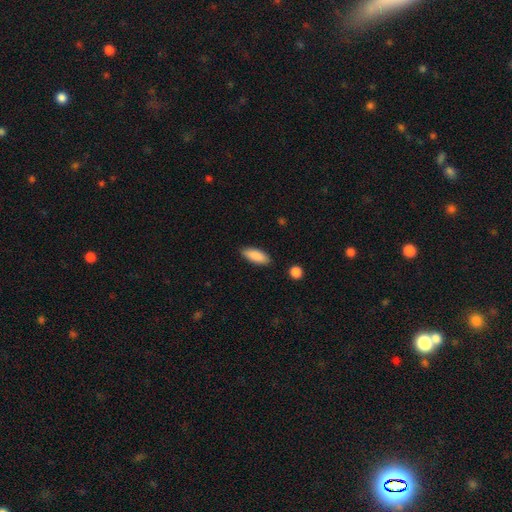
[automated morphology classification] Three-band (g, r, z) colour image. It shows a smooth galaxy with no disk features (88%) that is in between round and cigar-shaped (76%). Merging: none (86%).